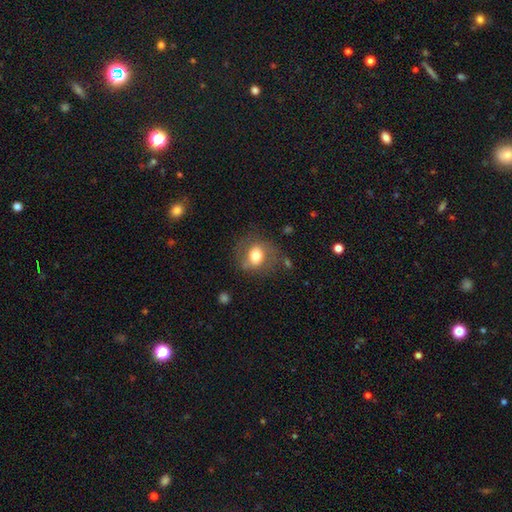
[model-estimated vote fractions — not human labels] smooth-or-featured: smooth: 67% | featured or disk: 24% | star or artifact: 9%
  how-rounded: round: 61% | in between: 38% | cigar-shaped: 1%
  merging: none: 67% | minor disturbance: 20% | major disturbance: 10% | merger: 3%